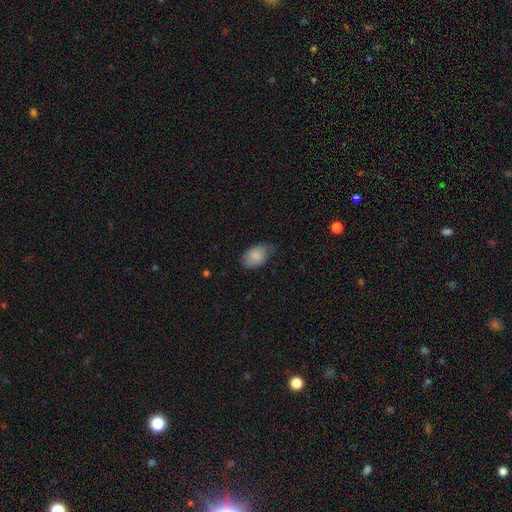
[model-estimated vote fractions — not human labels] Overall: smooth (86%). How rounded: in between (91%). Merging: none (65%; minor disturbance 28%).